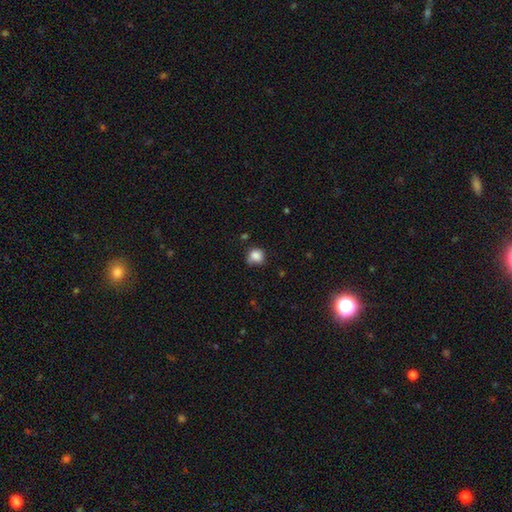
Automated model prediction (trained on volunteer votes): Morphology: type=smooth (83%); roundness=round (73%); merging=none (52%).